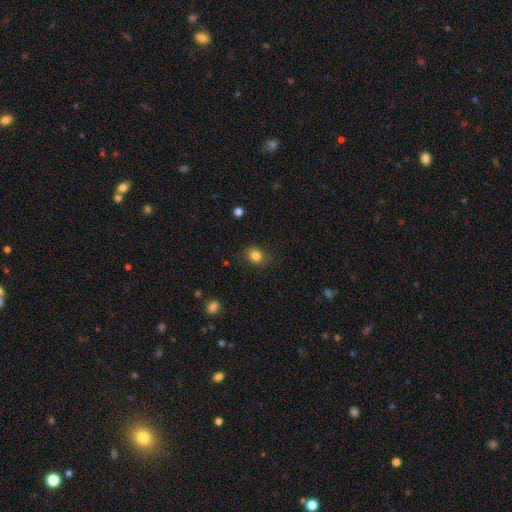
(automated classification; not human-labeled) Smooth or featured? Predicted: smooth (p=0.83). How rounded? Predicted: round (p=0.62). Merging? Predicted: none (p=0.82).